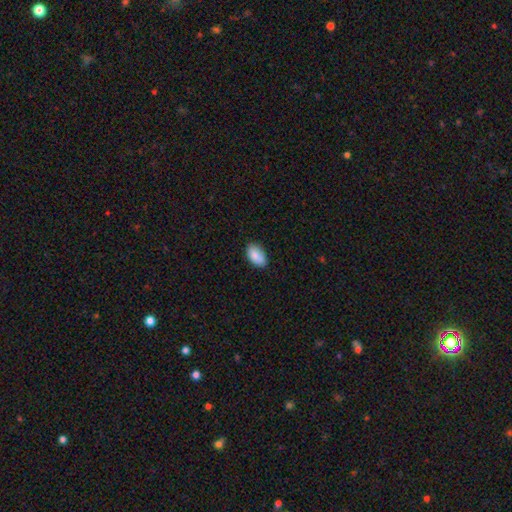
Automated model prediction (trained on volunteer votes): A smooth galaxy with no disk features (88%) that is in between round and cigar-shaped (94%).

Vote fractions:
- Smooth or featured? smooth: 88% / star or artifact: 7% / featured or disk: 5%
- How rounded? in between: 94% / round: 5% / cigar-shaped: 2%
- Merging? none: 79% / minor disturbance: 17% / major disturbance: 3% / merger: 1%